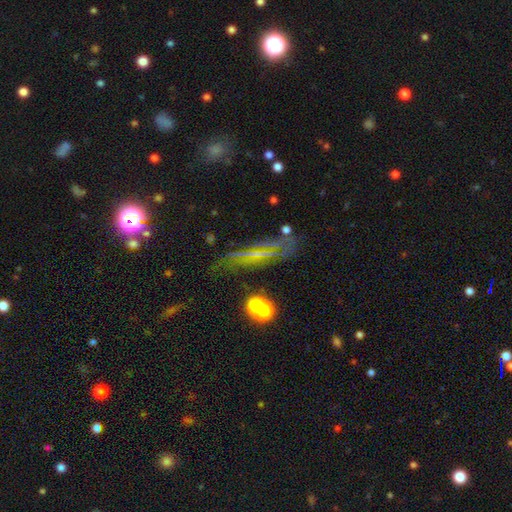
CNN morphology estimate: Overall: featured or disk (59%; smooth 24%). Edge-on disk: no (53%; yes 47%). Merging: none (61%).